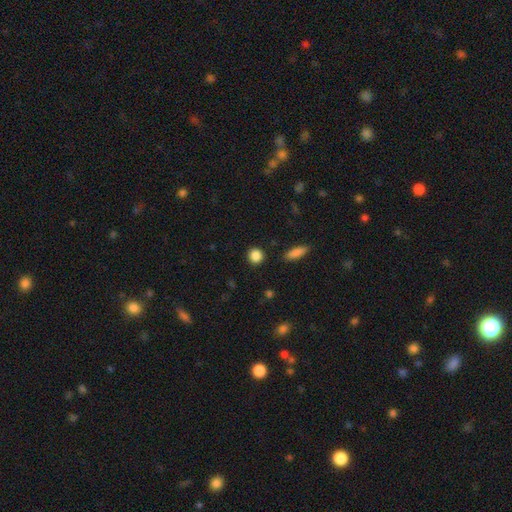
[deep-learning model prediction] A smooth galaxy with no disk features (87%) that is round (88%). Merging: none (90%).